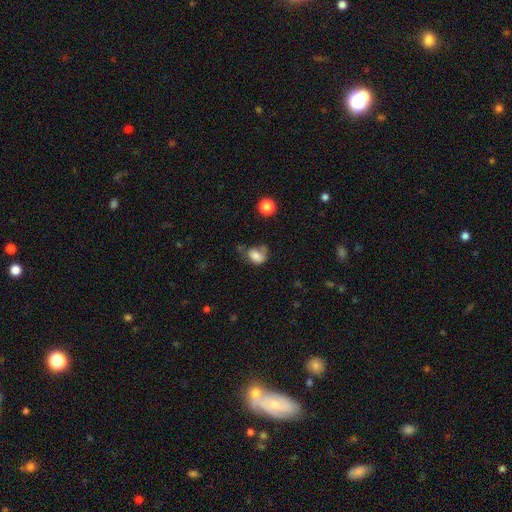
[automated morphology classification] Overall: smooth (70%). How rounded: in between (70%). Merging: none (31%, tied with minor disturbance).